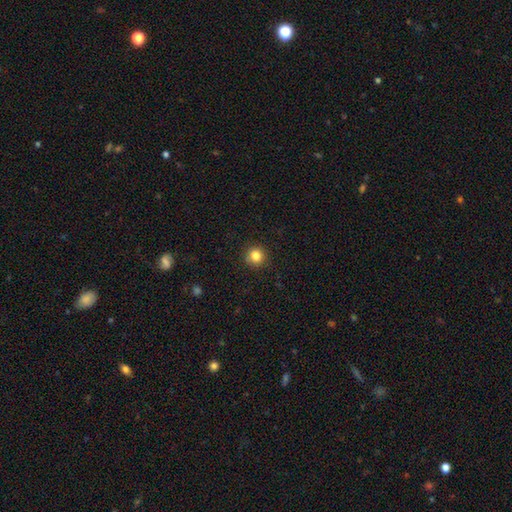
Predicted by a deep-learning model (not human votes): Smooth or featured? Predicted: smooth (p=0.84). How rounded? Predicted: round (p=0.93). Merging? Predicted: none (p=0.90).